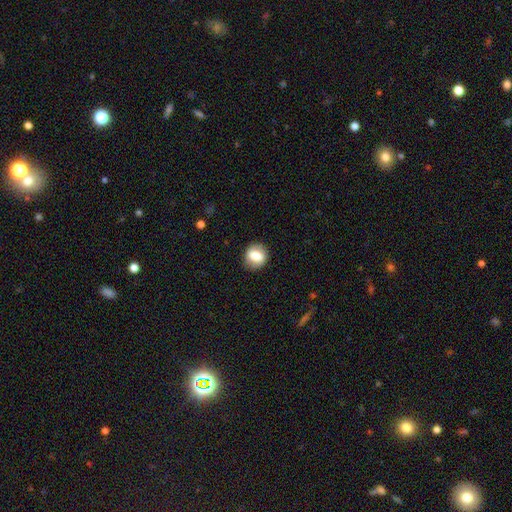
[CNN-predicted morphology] A smooth galaxy with no disk features (71%) that is round (67%).

Vote fractions:
- Smooth or featured? smooth: 71% / featured or disk: 21% / star or artifact: 8%
- How rounded? round: 67% / in between: 31% / cigar-shaped: 1%
- Merging? none: 84% / minor disturbance: 11% / major disturbance: 4% / merger: 1%